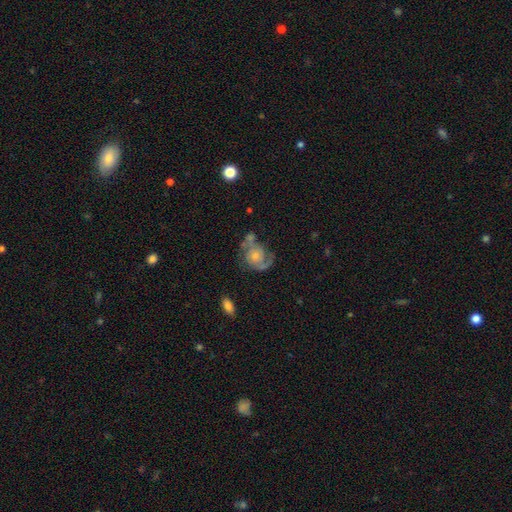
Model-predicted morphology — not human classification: The model was most divided on "bulge size": small: 47%, moderate: 38%, none: 8%, large: 6%, dominant: 2%. Remaining: edge-on disk — no (98%); spiral arms — yes (88%); bar — no (77%); smooth or featured — featured or disk (72%); spiral arm count — 2 (63%); merging — none (45%); spiral winding — medium (44%).